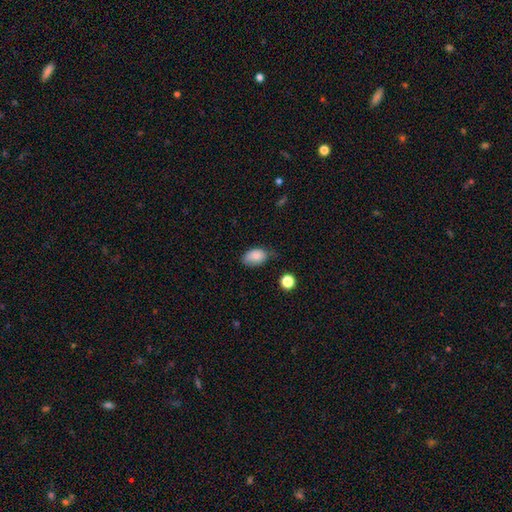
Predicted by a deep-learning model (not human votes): Smooth or featured: smooth — 85% (star or artifact — 8%)
How rounded: in between — 88% (round — 11%)
Merging: none — 51% (minor disturbance — 37%)